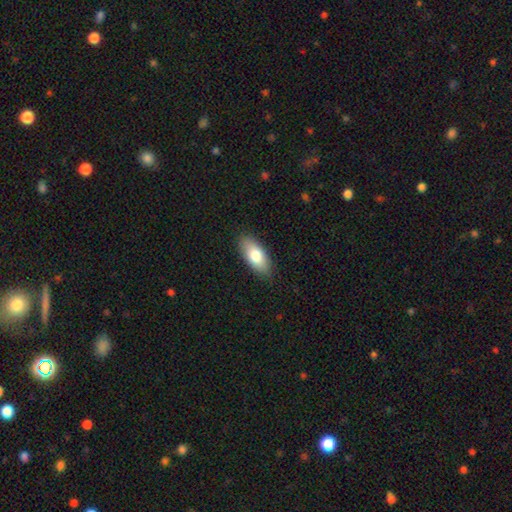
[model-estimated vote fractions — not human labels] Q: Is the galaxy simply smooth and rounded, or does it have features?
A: smooth — 79%.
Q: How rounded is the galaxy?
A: in between — 87%.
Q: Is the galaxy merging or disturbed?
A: none — 85%.